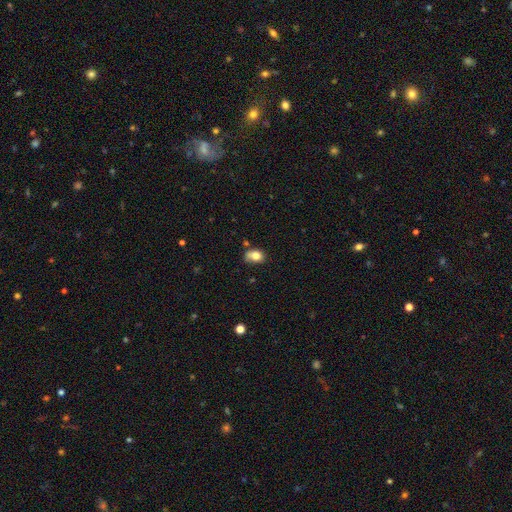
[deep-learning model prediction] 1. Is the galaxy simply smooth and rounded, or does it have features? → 77% smooth, 13% featured or disk, 10% star or artifact.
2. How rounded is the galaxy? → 66% in between, 32% round, 1% cigar-shaped.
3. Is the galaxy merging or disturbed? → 49% none, 30% minor disturbance, 11% merger, 10% major disturbance.